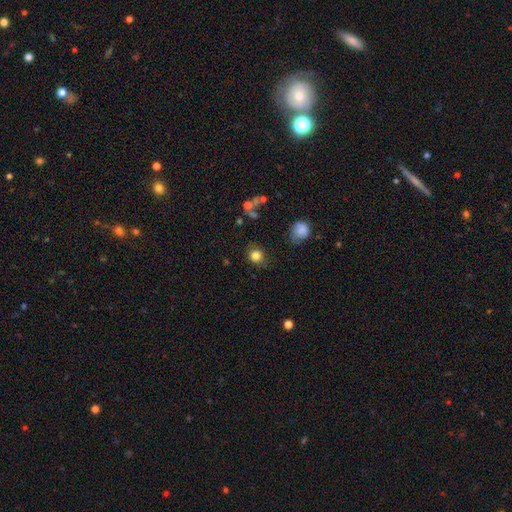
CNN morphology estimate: This appears to be a smooth galaxy with no disk features (82%) that is round (78%). Merging: none (79%).